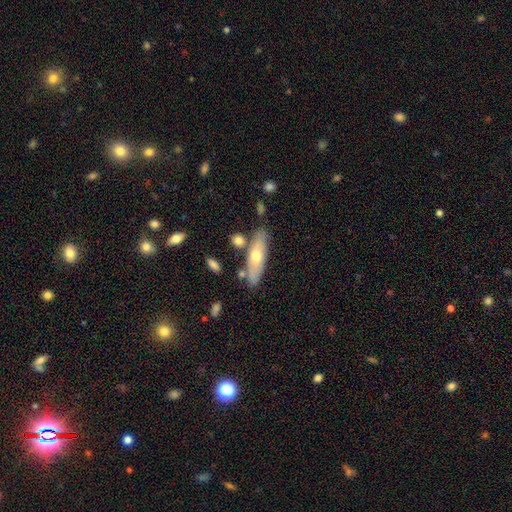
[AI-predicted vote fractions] Smooth or featured? smooth (48%)
Merging? none (76%)